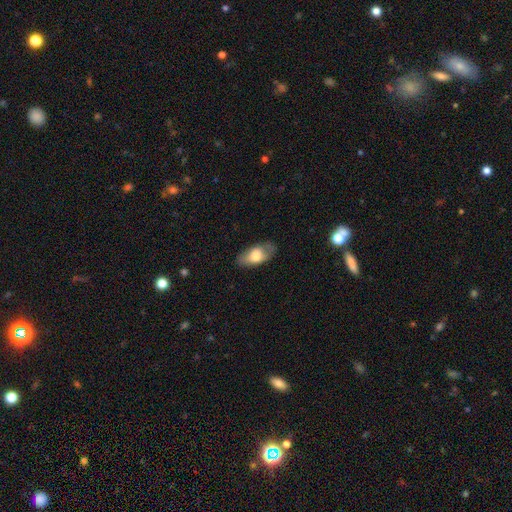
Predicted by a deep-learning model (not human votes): A smooth galaxy with no disk features (68%) that is in between round and cigar-shaped (89%).

Vote fractions:
- Smooth or featured? smooth: 68% / featured or disk: 25% / star or artifact: 7%
- How rounded? in between: 89% / cigar-shaped: 8% / round: 3%
- Merging? none: 71% / minor disturbance: 20% / major disturbance: 7% / merger: 2%